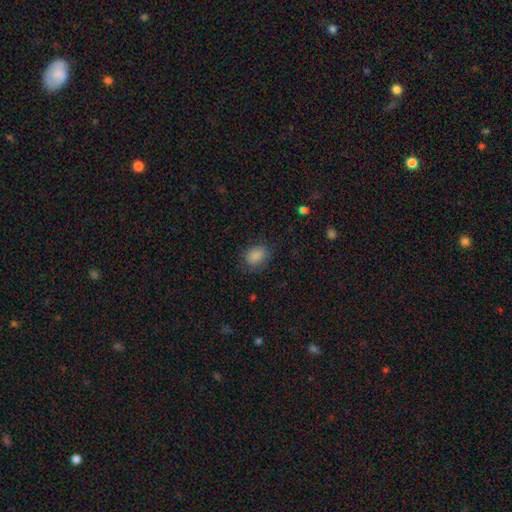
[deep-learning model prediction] Smooth or featured: smooth — 86% (star or artifact — 9%)
How rounded: in between — 60% (round — 39%)
Merging: none — 76% (minor disturbance — 17%)